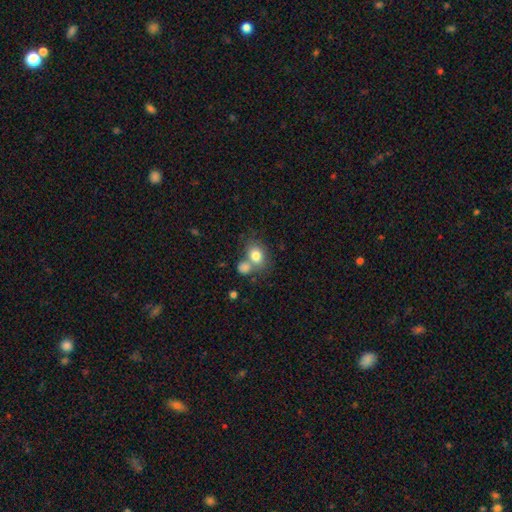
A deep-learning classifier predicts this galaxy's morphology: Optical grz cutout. It shows a smooth galaxy with no disk features (79%) that is in between round and cigar-shaped (56%). Merging: none (45%).